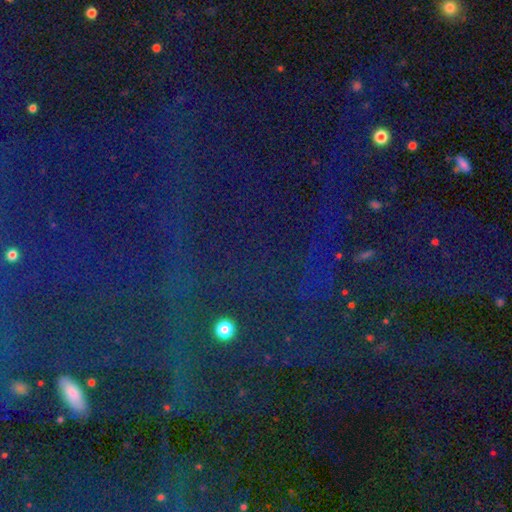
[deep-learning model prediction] Smooth or featured: star or artifact — 84% (smooth — 9%)